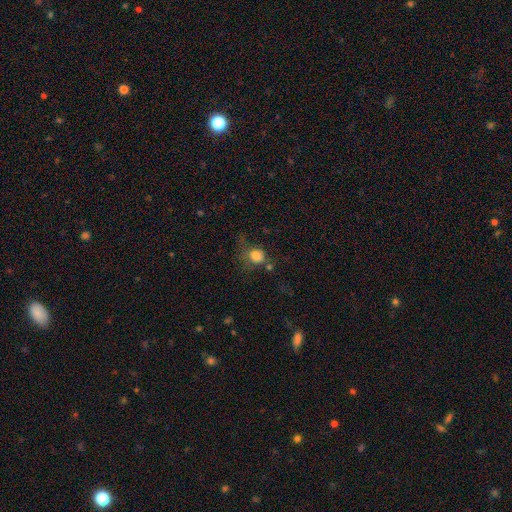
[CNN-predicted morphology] A smooth galaxy with no disk features (79%) that is round (77%).

Vote fractions:
- Smooth or featured? smooth: 79% / star or artifact: 12% / featured or disk: 9%
- How rounded? round: 77% / in between: 22% / cigar-shaped: 1%
- Merging? none: 49% / minor disturbance: 23% / major disturbance: 19% / merger: 9%